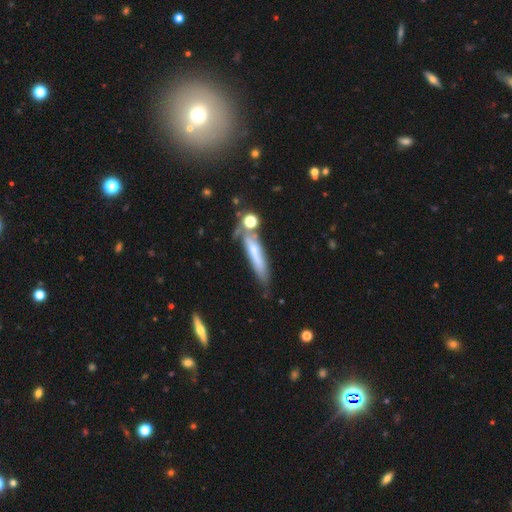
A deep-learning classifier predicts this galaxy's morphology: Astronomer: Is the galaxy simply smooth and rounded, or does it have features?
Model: smooth — 45%, tied with featured or disk at 45%.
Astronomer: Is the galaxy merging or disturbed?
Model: none — 58%.